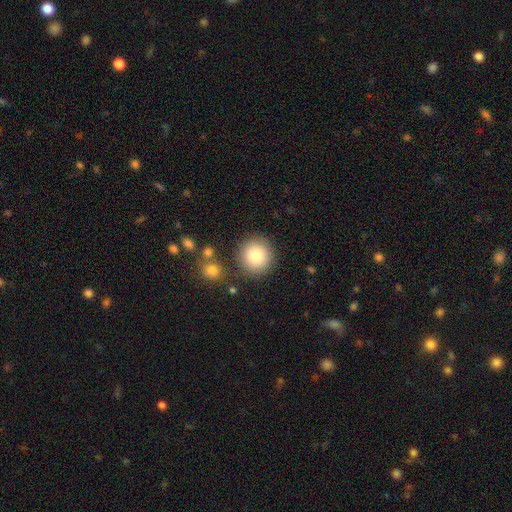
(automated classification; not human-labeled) Smooth or featured: smooth — 82% (star or artifact — 9%)
How rounded: round — 94% (in between — 5%)
Merging: none — 84% (minor disturbance — 8%)